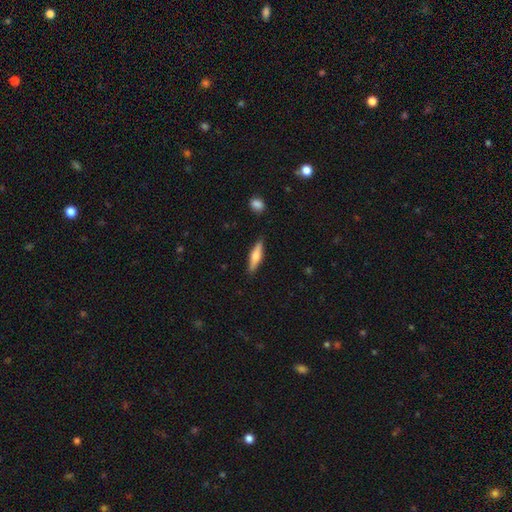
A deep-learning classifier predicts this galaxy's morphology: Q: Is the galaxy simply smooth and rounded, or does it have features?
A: smooth — 59%.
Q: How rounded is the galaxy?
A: cigar-shaped — 70%.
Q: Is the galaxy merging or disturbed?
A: none — 86%.